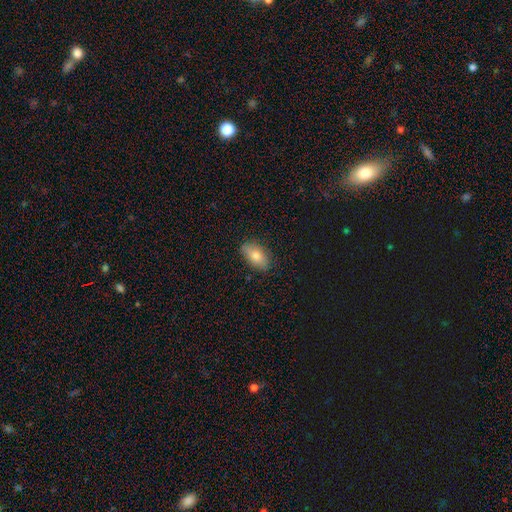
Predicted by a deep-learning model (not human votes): smooth 77%, featured or disk 15%, star or artifact 8%. Down the decision tree: how rounded — in between (90%); merging — none (85%).